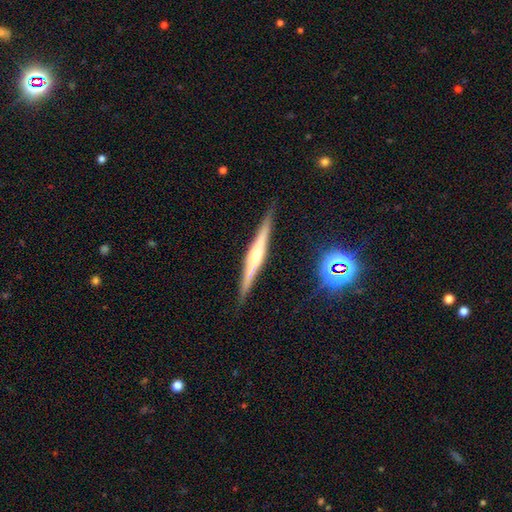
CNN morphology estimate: Smooth or featured: featured or disk — 74% (smooth — 18%)
Edge-on disk: yes — 98% (no — 2%)
Edge-on bulge: rounded — 78% (boxy — 13%)
Merging: none — 90% (minor disturbance — 8%)